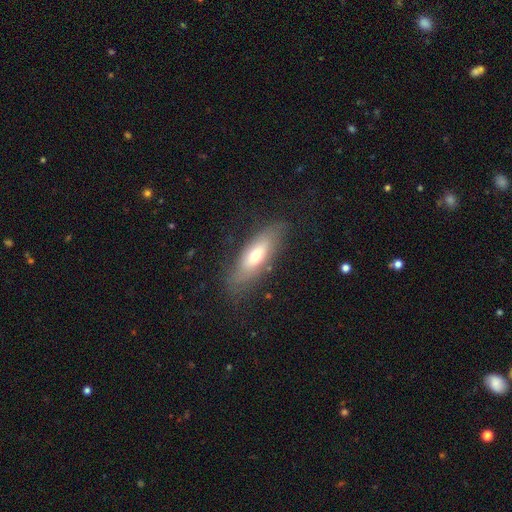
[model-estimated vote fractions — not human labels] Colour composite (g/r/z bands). It shows a smooth galaxy with no disk features (57%) that is in between round and cigar-shaped (61%). Merging: none (74%).